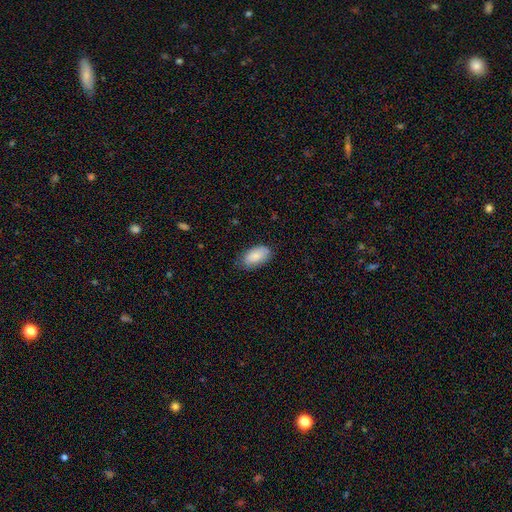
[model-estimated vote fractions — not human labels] This is clearly a smooth galaxy (84%). How rounded: clearly in between (95%). Merging: likely none (76%).